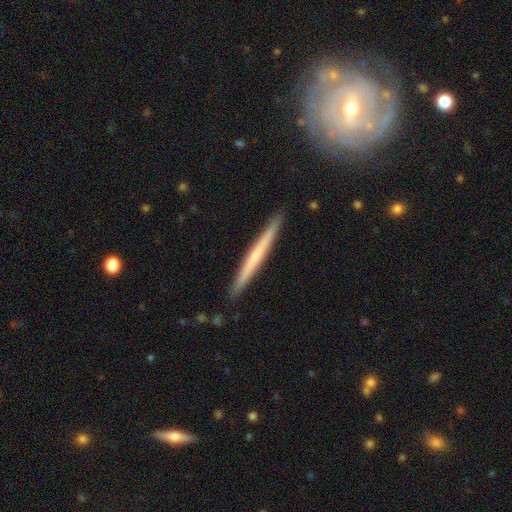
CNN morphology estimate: Overall: smooth (48%; featured or disk 46%). Merging: none (91%).